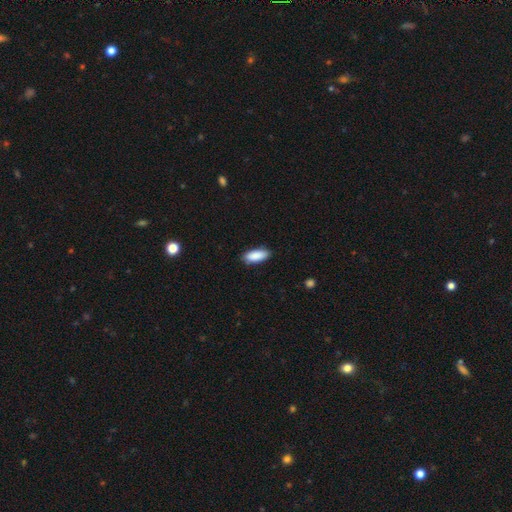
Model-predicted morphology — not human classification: Smooth or featured? Predicted: smooth (p=0.90). How rounded? Predicted: in between (p=0.81). Merging? Predicted: none (p=0.86).